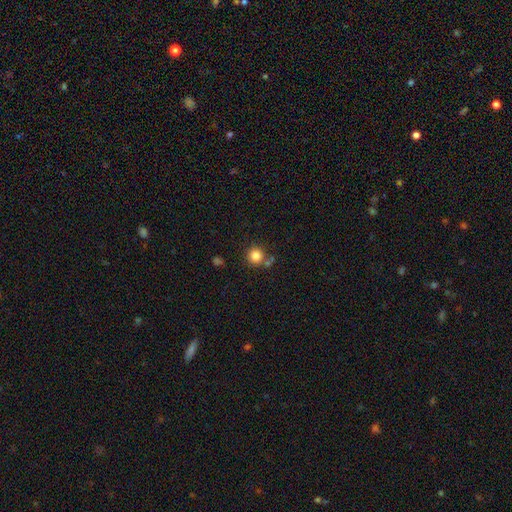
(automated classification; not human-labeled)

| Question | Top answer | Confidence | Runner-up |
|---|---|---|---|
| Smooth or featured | smooth | 84% | star or artifact (11%) |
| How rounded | round | 93% | in between (6%) |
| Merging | none | 74% | merger (13%) |